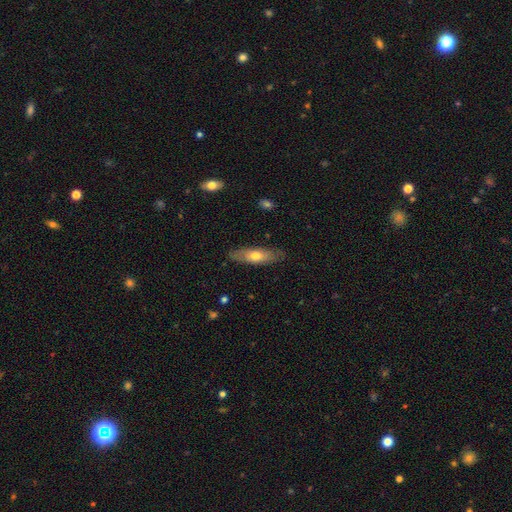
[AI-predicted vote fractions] A smooth galaxy with no disk features (60%) that is in between round and cigar-shaped (51%). Merging: none (83%).